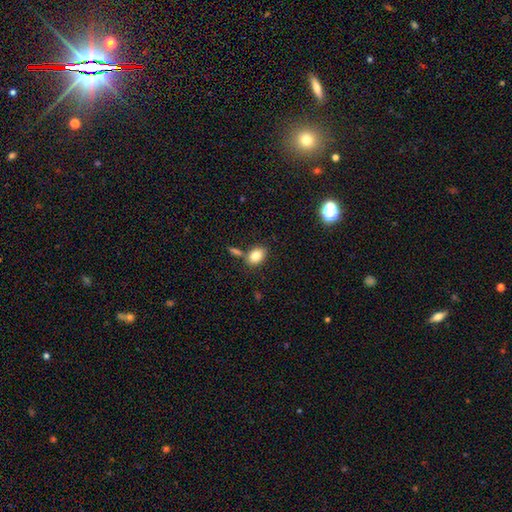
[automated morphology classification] The model was most divided on "merging": none: 67%, merger: 16%, minor disturbance: 13%, major disturbance: 4%. More confident: smooth or featured — smooth (83%); how rounded — in between (81%).